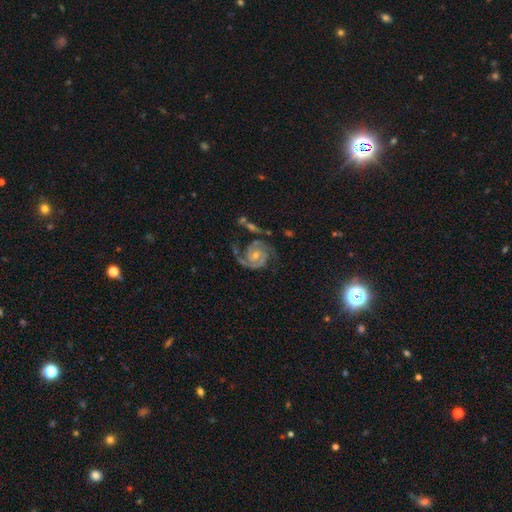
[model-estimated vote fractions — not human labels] Smooth or featured: featured or disk — 92% (star or artifact — 5%)
Edge-on disk: no — 98% (yes — 2%)
Bar: no — 63% (weak — 29%)
Spiral arms: yes — 98% (no — 2%)
Spiral winding: medium — 46% (tight — 44%)
Spiral arm count: 2 — 84% (3 — 8%)
Bulge size: small — 55% (moderate — 40%)
Merging: none — 65% (minor disturbance — 18%)